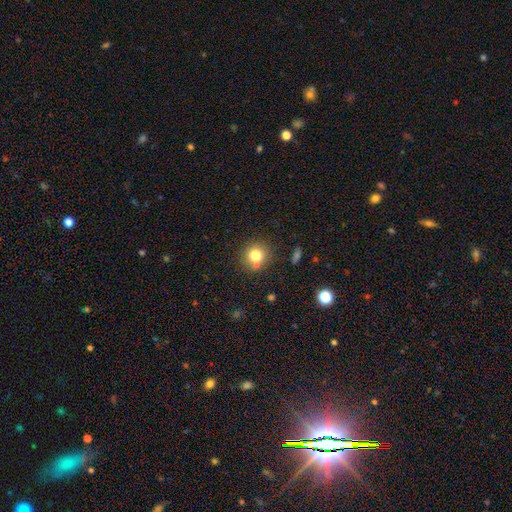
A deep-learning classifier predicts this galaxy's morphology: Q: Smooth or featured?
A: smooth (78%); runner-up: star or artifact (12%)
Q: How rounded?
A: round (89%); runner-up: in between (10%)
Q: Merging?
A: none (73%); runner-up: merger (13%)